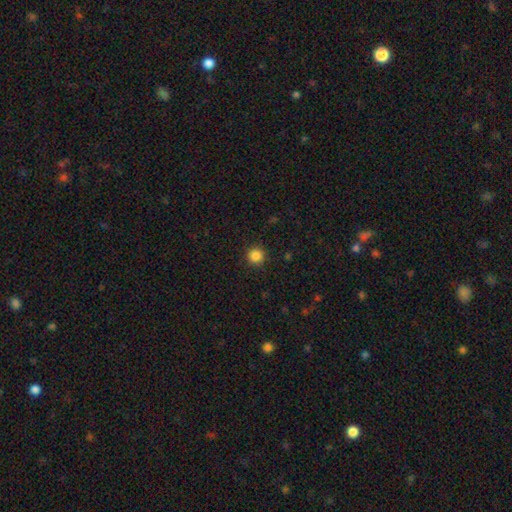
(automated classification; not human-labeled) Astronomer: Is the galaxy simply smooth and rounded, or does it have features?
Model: smooth — 85%.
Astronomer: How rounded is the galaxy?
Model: round — 95%.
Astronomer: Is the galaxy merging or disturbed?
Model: none — 92%.